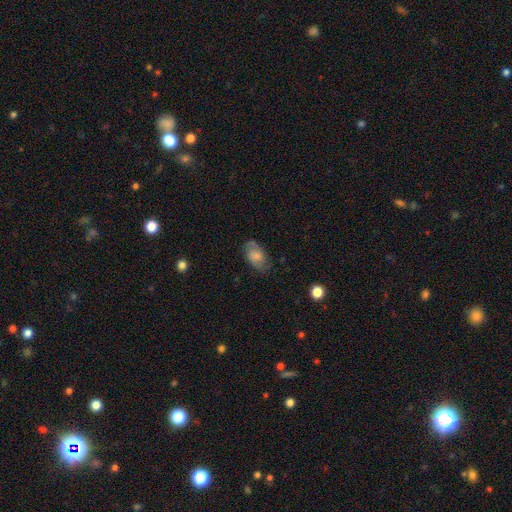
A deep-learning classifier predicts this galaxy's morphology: Smooth or featured? smooth (61%)
How rounded? in between (91%)
Merging? none (66%)